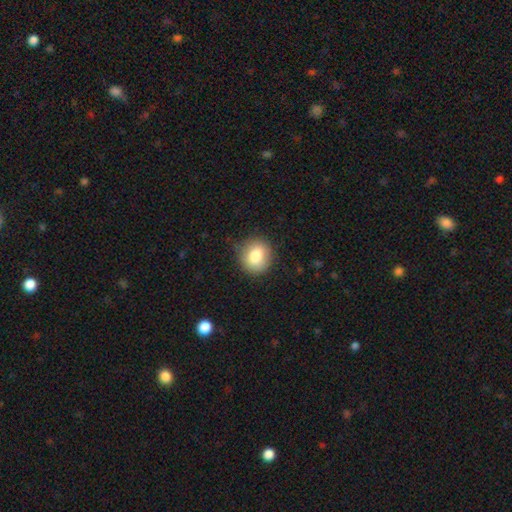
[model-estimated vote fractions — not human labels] A smooth galaxy with no disk features (81%) that is round (83%). Merging: none (83%).